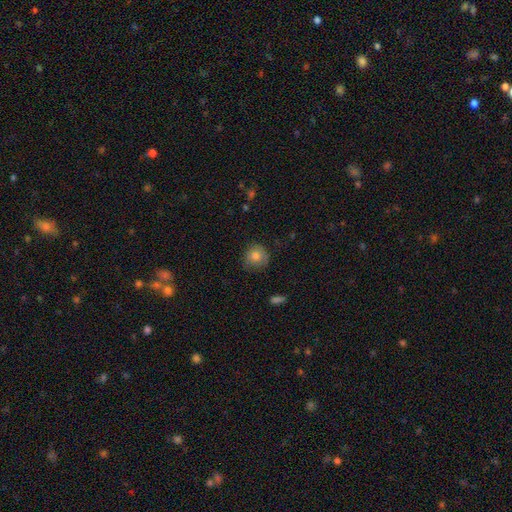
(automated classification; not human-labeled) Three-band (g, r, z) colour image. It shows a smooth galaxy with no disk features (79%) that is round (88%). Merging: none (72%).